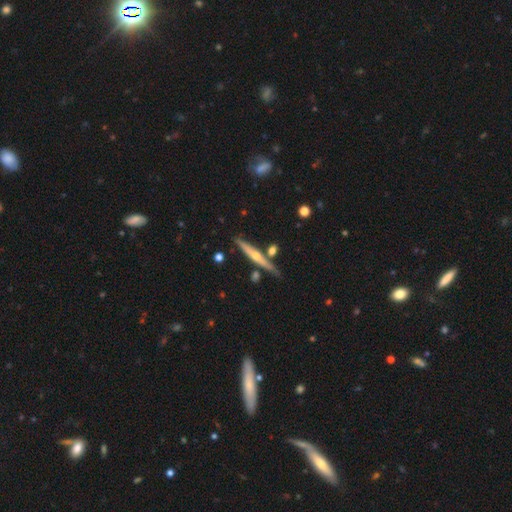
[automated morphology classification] Smooth or featured? featured or disk (66%)
Edge-on disk? yes (96%)
Edge-on bulge? rounded (82%)
Merging? none (78%)